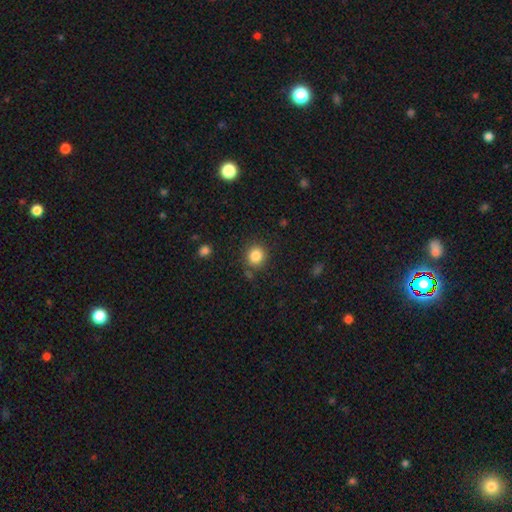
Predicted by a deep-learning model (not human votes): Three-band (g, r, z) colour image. It shows a smooth galaxy with no disk features (84%) that is round (89%). Merging: none (84%).